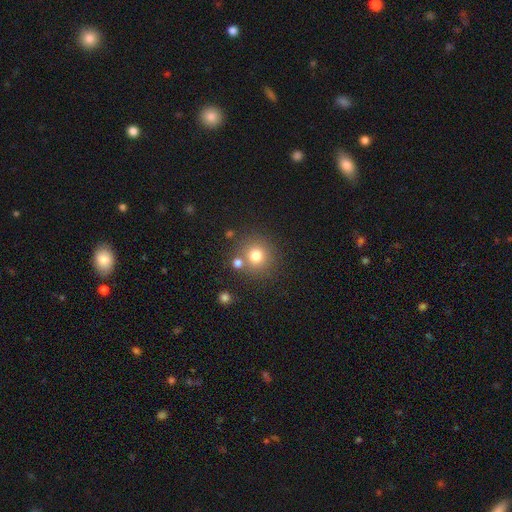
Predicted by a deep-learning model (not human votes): smooth-or-featured: smooth: 75% | star or artifact: 15% | featured or disk: 10%
  how-rounded: round: 92% | in between: 7% | cigar-shaped: 1%
  merging: none: 75% | merger: 13% | minor disturbance: 8% | major disturbance: 3%